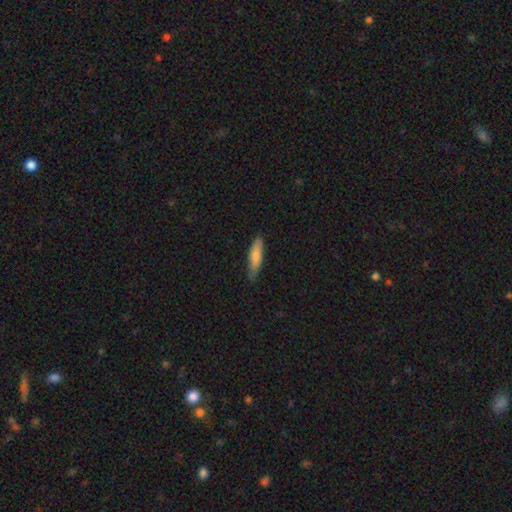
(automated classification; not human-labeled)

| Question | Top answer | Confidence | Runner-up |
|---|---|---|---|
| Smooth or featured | smooth | 76% | featured or disk (18%) |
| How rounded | cigar-shaped | 69% | in between (30%) |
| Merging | none | 75% | minor disturbance (21%) |